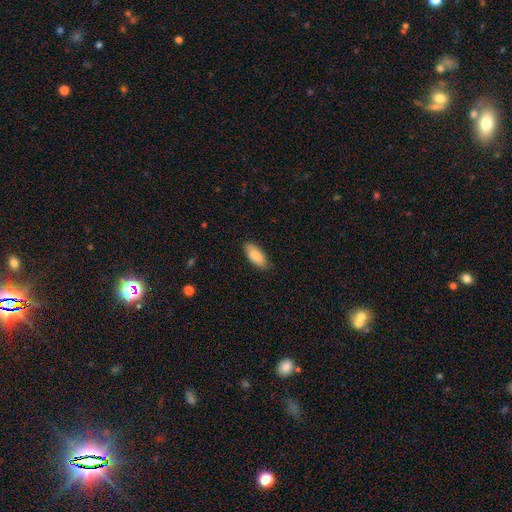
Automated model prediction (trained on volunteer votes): A smooth galaxy with no disk features (87%) that is in between round and cigar-shaped (86%). Merging: none (87%).